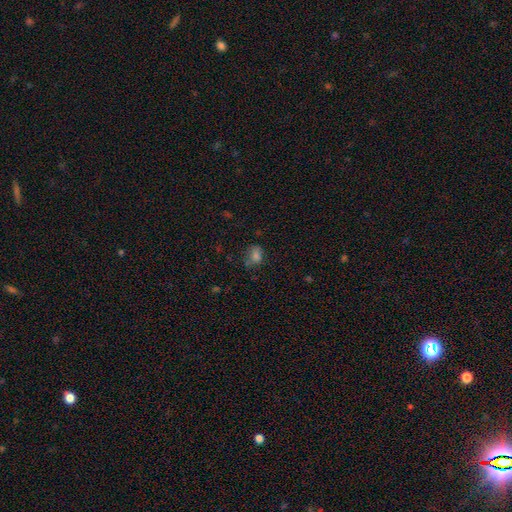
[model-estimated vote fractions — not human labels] Smooth or featured?
  - smooth: 74% *
  - star or artifact: 16%
  - featured or disk: 10%
How rounded?
  - in between: 69% *
  - round: 29%
  - cigar-shaped: 2%
Merging?
  - none: 53% *
  - minor disturbance: 25%
  - major disturbance: 12%
  - merger: 10%